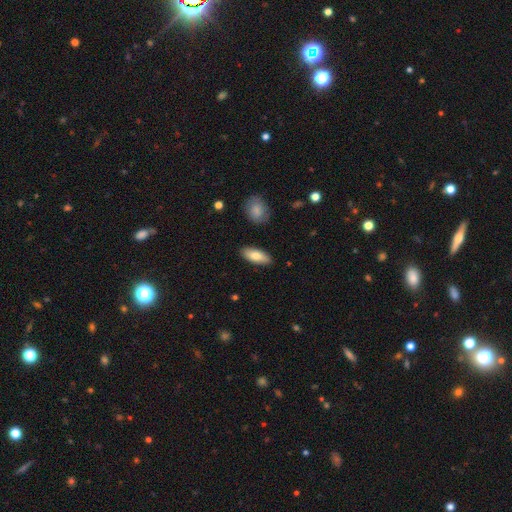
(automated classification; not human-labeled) This appears to be a smooth galaxy with no disk features (79%) that is in between round and cigar-shaped (80%). Merging: none (88%).